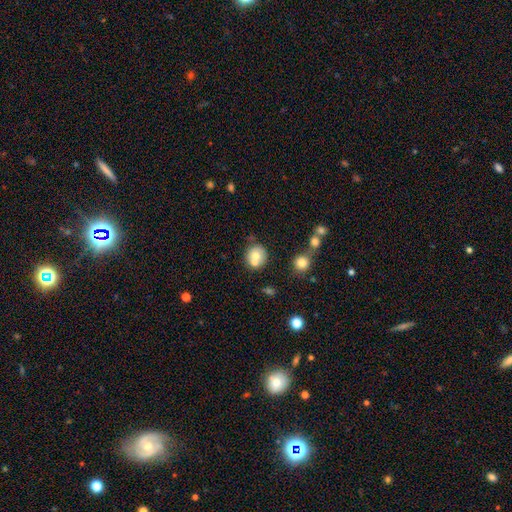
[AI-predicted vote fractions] Smooth or featured? smooth (70%)
How rounded? round (85%)
Merging? none (55%)